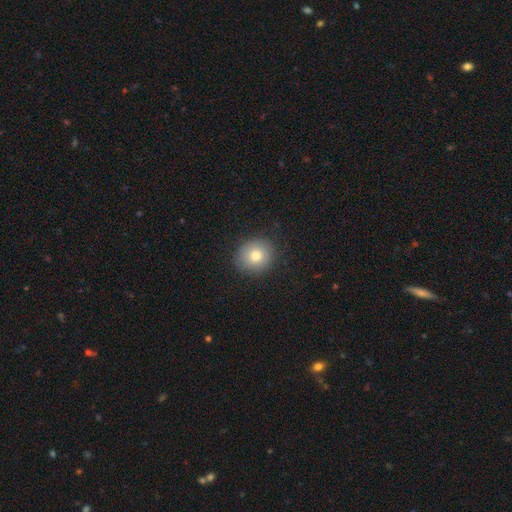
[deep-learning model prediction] Morphology: type=smooth (77%); roundness=round (86%); merging=none (88%).